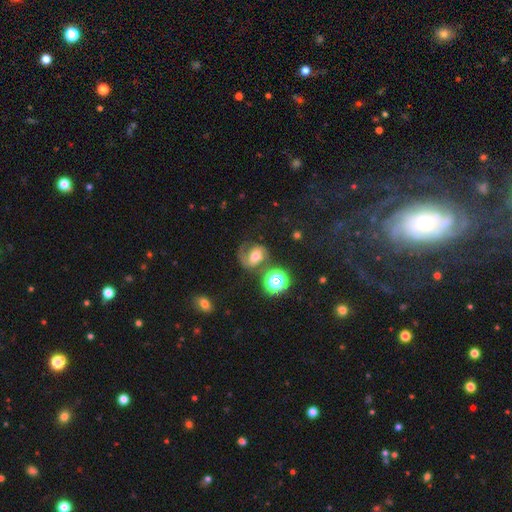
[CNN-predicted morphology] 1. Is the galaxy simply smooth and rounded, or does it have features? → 64% featured or disk, 21% smooth, 15% star or artifact.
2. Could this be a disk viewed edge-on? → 97% no, 3% yes.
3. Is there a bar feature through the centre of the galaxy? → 41% weak, 40% no, 20% strong.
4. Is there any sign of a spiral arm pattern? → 90% yes, 10% no.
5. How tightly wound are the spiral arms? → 51% medium, 25% tight, 24% loose.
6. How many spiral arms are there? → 73% 2, 17% 1, 6% can't tell, 1% 3, 1% 4, 1% more than 4.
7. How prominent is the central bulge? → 63% moderate, 19% small, 14% large, 2% none, 2% dominant.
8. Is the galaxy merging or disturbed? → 53% none, 20% minor disturbance, 18% major disturbance, 10% merger.